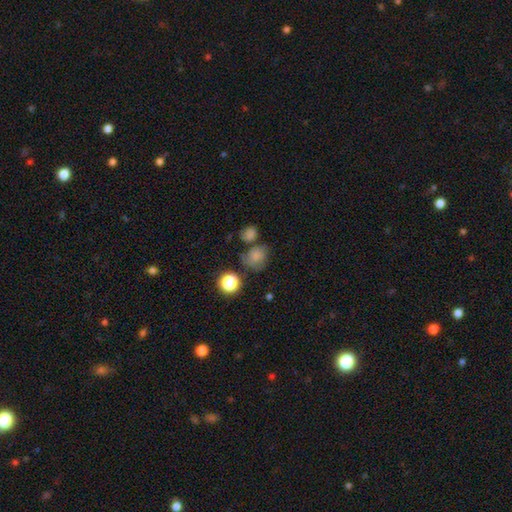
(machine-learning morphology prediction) Overall: smooth (75%). How rounded: round (72%). Merging: none (52%; minor disturbance 20%).